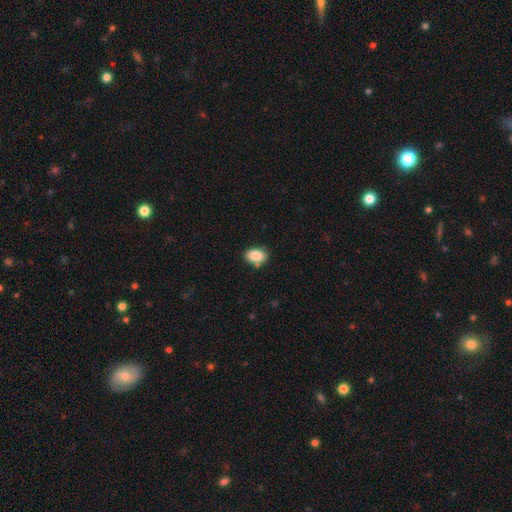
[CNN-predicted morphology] Smooth or featured?
  - smooth: 85% *
  - star or artifact: 8%
  - featured or disk: 7%
How rounded?
  - in between: 81% *
  - round: 18%
  - cigar-shaped: 1%
Merging?
  - none: 74% *
  - minor disturbance: 16%
  - merger: 6%
  - major disturbance: 3%